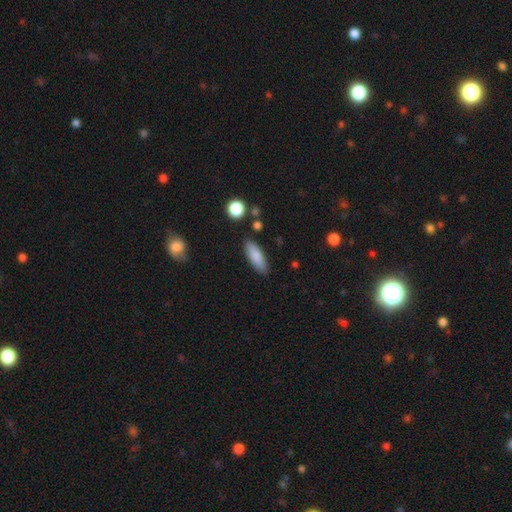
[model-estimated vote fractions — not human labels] A smooth galaxy with no disk features (85%) that is in between round and cigar-shaped (61%).

Vote fractions:
- Smooth or featured? smooth: 85% / featured or disk: 9% / star or artifact: 7%
- How rounded? in between: 61% / cigar-shaped: 37% / round: 2%
- Merging? none: 86% / minor disturbance: 10% / major disturbance: 2% / merger: 2%